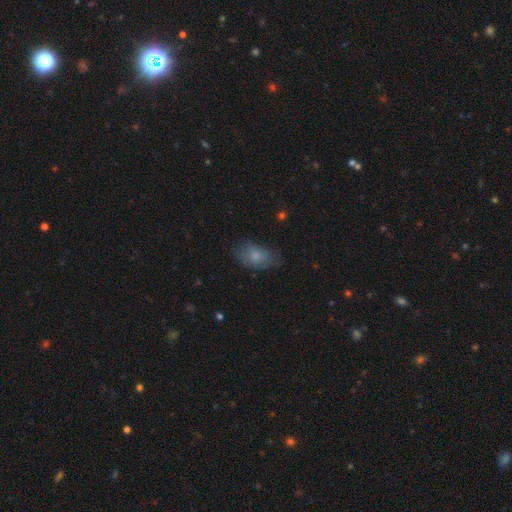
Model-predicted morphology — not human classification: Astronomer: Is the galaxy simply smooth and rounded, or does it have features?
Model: smooth — 75%.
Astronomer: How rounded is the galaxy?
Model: in between — 90%.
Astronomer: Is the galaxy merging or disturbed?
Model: none — 66%.